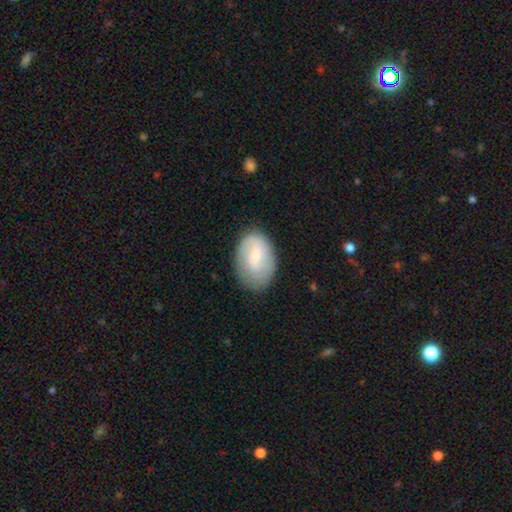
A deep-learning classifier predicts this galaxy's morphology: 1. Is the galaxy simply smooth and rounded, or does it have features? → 61% smooth, 33% featured or disk, 6% star or artifact.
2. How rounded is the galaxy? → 85% in between, 13% round, 1% cigar-shaped.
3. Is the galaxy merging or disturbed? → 72% none, 20% minor disturbance, 6% major disturbance, 1% merger.